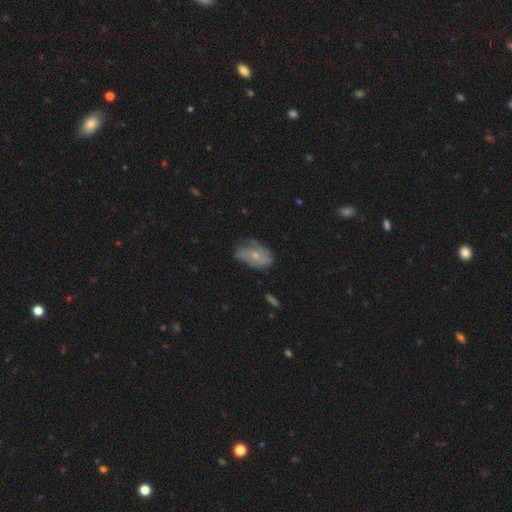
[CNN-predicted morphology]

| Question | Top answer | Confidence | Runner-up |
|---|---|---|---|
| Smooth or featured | featured or disk | 46% | smooth (45%) |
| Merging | none | 46% | minor disturbance (36%) |